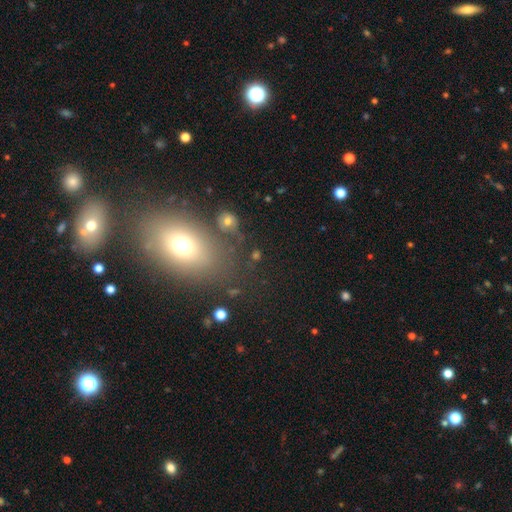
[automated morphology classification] A smooth galaxy with no disk features (55%) that is in between round and cigar-shaped (51%).

Vote fractions:
- Smooth or featured? smooth: 55% / star or artifact: 27% / featured or disk: 18%
- How rounded? in between: 51% / round: 45% / cigar-shaped: 4%
- Merging? none: 66% / minor disturbance: 15% / major disturbance: 11% / merger: 8%